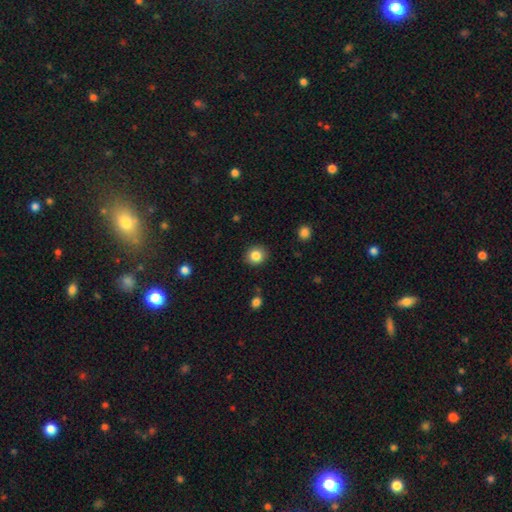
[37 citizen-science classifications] smooth-or-featured: smooth: 89% | featured or disk: 8% | star or artifact: 3%
  how-rounded: round: 88% | in between: 12% | cigar-shaped: 0%
  merging: none: 86% | minor disturbance: 8% | major disturbance: 6% | merger: 0%